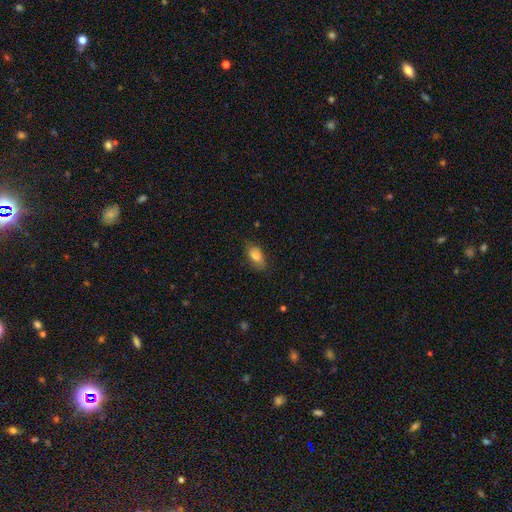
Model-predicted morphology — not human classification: Smooth or featured?
  - smooth: 80% *
  - featured or disk: 12%
  - star or artifact: 8%
How rounded?
  - in between: 89% *
  - round: 6%
  - cigar-shaped: 5%
Merging?
  - none: 75% *
  - minor disturbance: 19%
  - major disturbance: 5%
  - merger: 1%